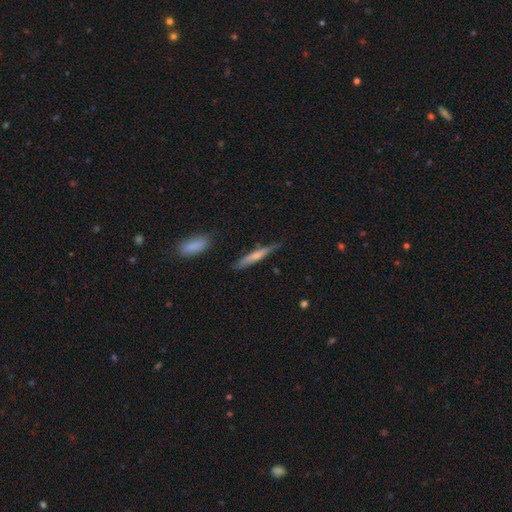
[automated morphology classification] A smooth galaxy with no disk features (57%) that is cigar-shaped (91%).

Vote fractions:
- Smooth or featured? smooth: 57% / featured or disk: 37% / star or artifact: 6%
- How rounded? cigar-shaped: 91% / in between: 7% / round: 2%
- Merging? none: 78% / minor disturbance: 17% / major disturbance: 3% / merger: 3%